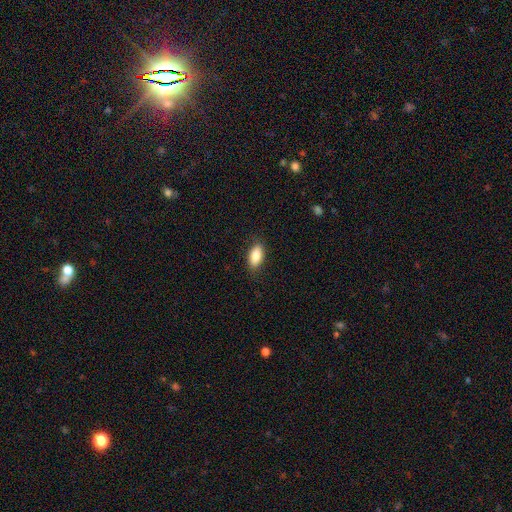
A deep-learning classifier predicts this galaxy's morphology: Smooth or featured: smooth — 85% (featured or disk — 8%)
How rounded: in between — 91% (cigar-shaped — 5%)
Merging: none — 85% (minor disturbance — 11%)